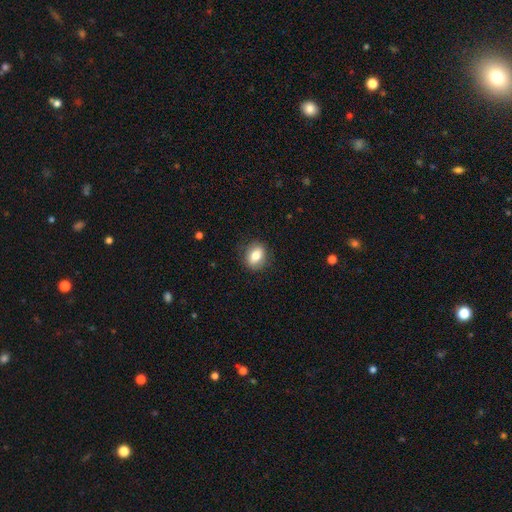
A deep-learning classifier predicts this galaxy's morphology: Overall: smooth (79%). How rounded: in between (63%; round 35%). Merging: none (84%).